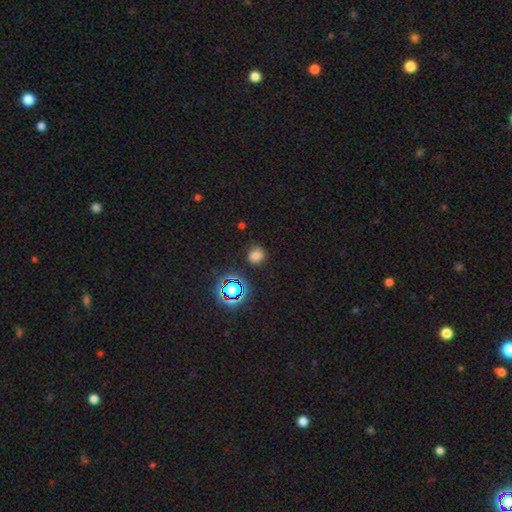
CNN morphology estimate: Q: Smooth or featured?
A: smooth (69%); runner-up: star or artifact (23%)
Q: How rounded?
A: round (79%); runner-up: in between (20%)
Q: Merging?
A: none (79%); runner-up: minor disturbance (15%)